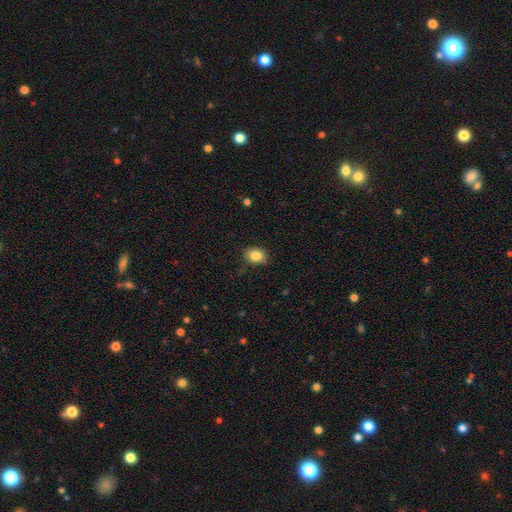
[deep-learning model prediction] smooth 86%, star or artifact 9%, featured or disk 5%. Down the decision tree: how rounded — in between (64%); merging — none (83%).